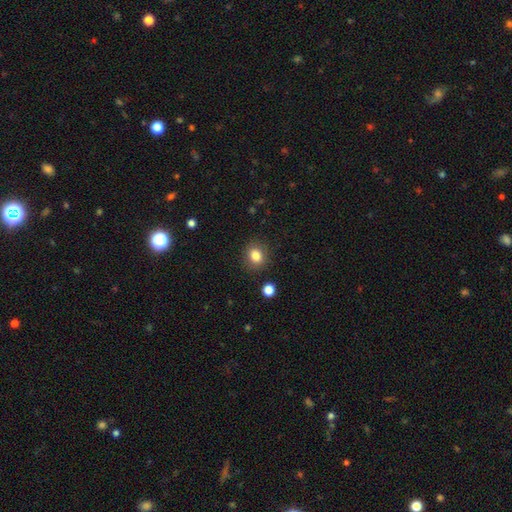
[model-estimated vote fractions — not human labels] Smooth or featured? Predicted: smooth (p=0.83). How rounded? Predicted: round (p=0.68). Merging? Predicted: none (p=0.87).